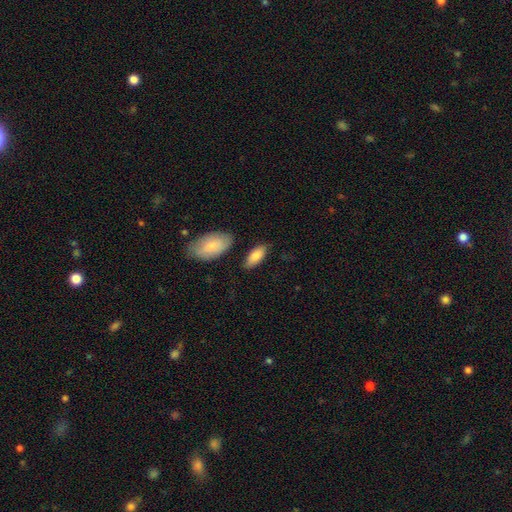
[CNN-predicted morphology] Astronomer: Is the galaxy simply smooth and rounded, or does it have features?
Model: smooth — 84%.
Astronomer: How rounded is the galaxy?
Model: in between — 89%.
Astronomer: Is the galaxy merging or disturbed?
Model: none — 73%.